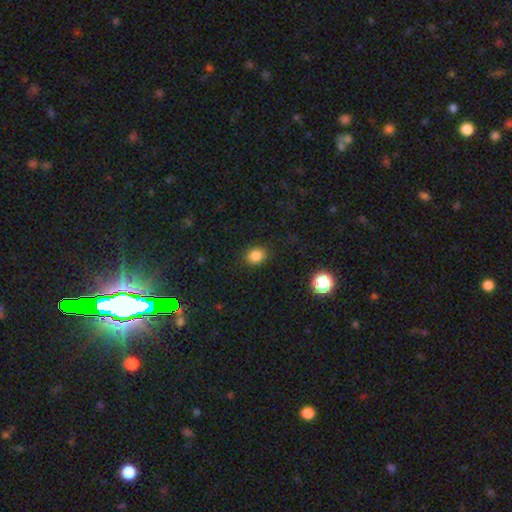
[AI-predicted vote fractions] smooth_or_featured: smooth (p=0.83) [alt: star or artifact p=0.12]
how_rounded: round (p=0.60) [alt: in between p=0.39]
merging: none (p=0.87) [alt: minor disturbance p=0.09]